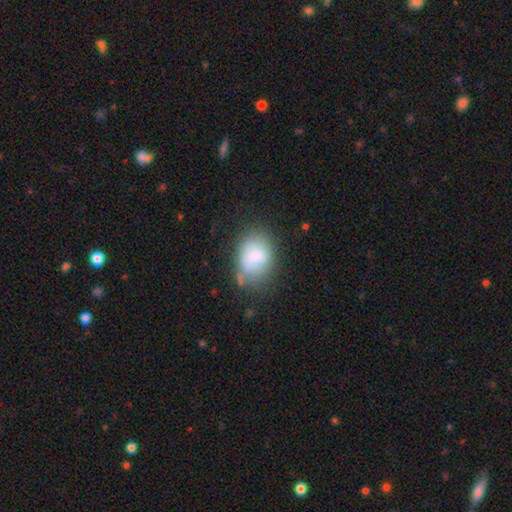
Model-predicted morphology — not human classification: This appears to be a smooth galaxy with no disk features (77%) that is in between round and cigar-shaped (65%). Merging: none (54%).